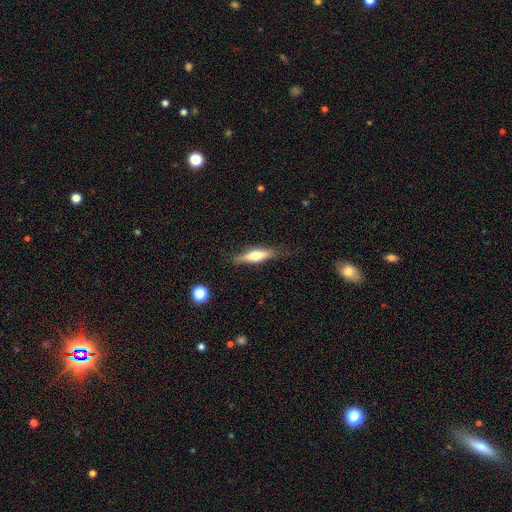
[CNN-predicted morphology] A smooth galaxy with no disk features (49%). Merging: none (81%).